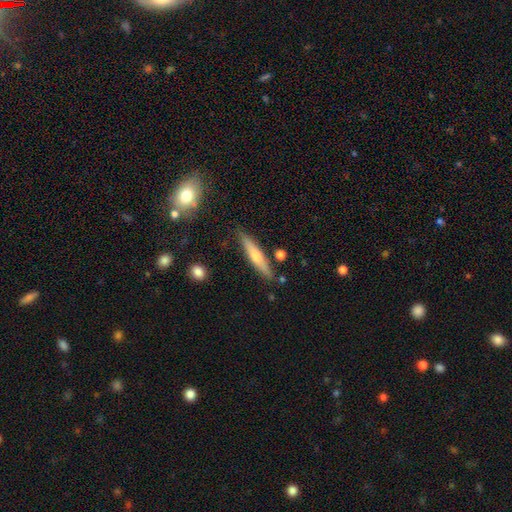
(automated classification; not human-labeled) The model was most divided on "smooth or featured": smooth: 59%, featured or disk: 34%, star or artifact: 6%. More confident: how rounded — cigar-shaped (89%); merging — none (83%).